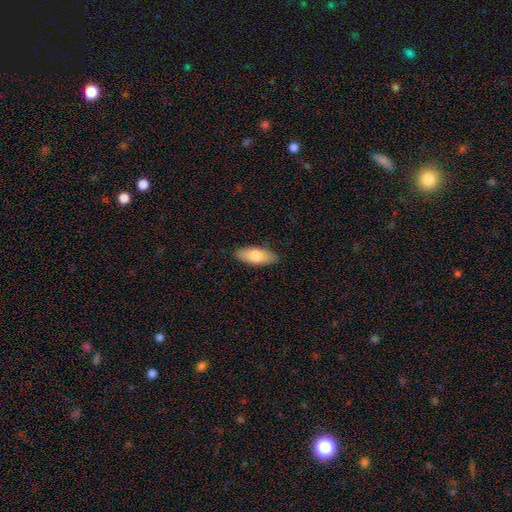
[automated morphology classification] Q: Smooth or featured?
A: smooth (76%); runner-up: featured or disk (18%)
Q: How rounded?
A: in between (81%); runner-up: cigar-shaped (17%)
Q: Merging?
A: none (87%); runner-up: minor disturbance (10%)